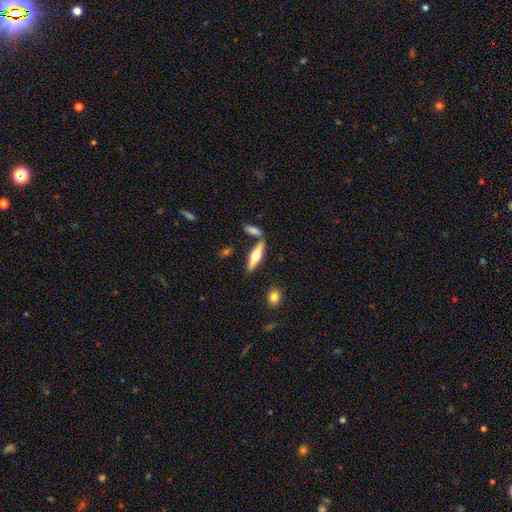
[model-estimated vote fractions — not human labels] Overall: featured or disk (54%; smooth 40%). Edge-on disk: yes (94%). Edge-on bulge: rounded (93%). Merging: none (71%).